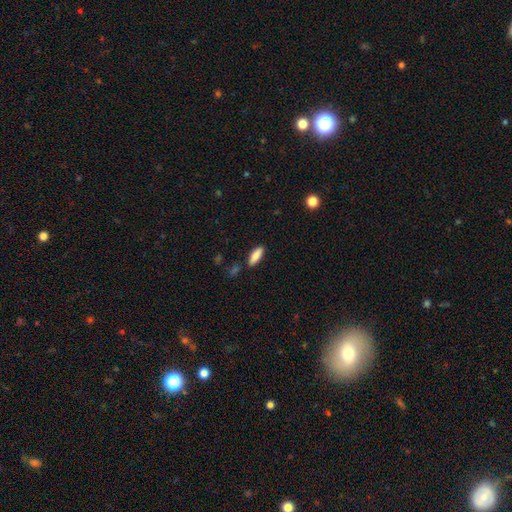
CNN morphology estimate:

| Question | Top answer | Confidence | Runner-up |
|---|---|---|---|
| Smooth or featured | smooth | 82% | featured or disk (12%) |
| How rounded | in between | 54% | cigar-shaped (44%) |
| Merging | none | 84% | minor disturbance (11%) |